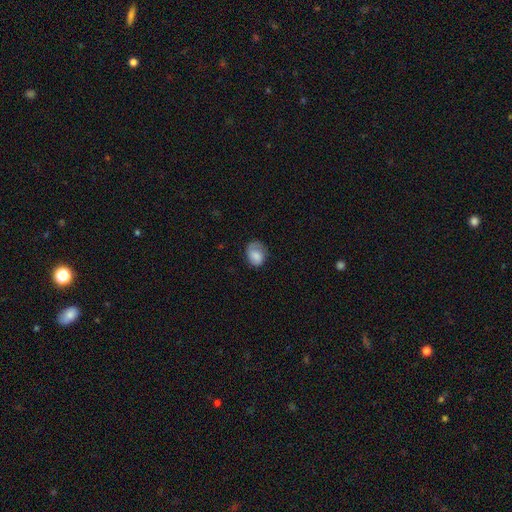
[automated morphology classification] This appears to be a smooth galaxy with no disk features (69%) that is in between round and cigar-shaped (57%). Merging: none (56%).